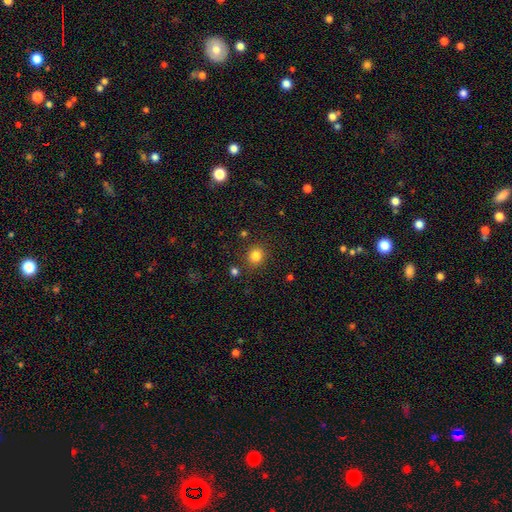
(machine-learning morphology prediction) A smooth galaxy with no disk features (82%) that is round (83%).

Vote fractions:
- Smooth or featured? smooth: 82% / star or artifact: 13% / featured or disk: 5%
- How rounded? round: 83% / in between: 16% / cigar-shaped: 1%
- Merging? none: 86% / minor disturbance: 8% / merger: 3% / major disturbance: 3%